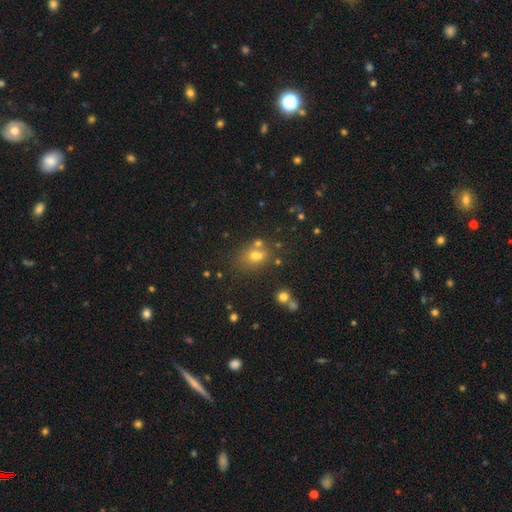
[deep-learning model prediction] smooth-or-featured: smooth: 62% | star or artifact: 25% | featured or disk: 14%
  how-rounded: in between: 52% | round: 46% | cigar-shaped: 2%
  merging: none: 58% | merger: 23% | minor disturbance: 13% | major disturbance: 5%